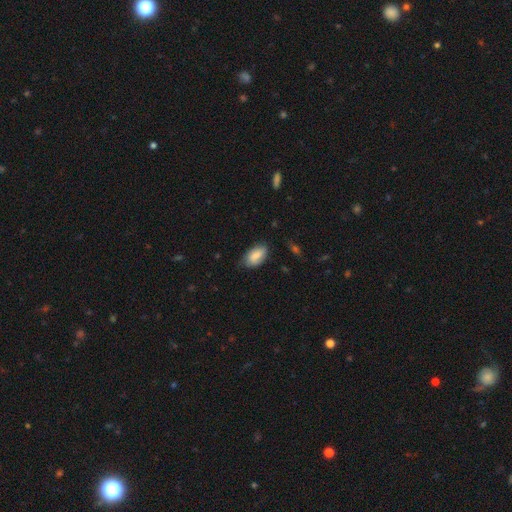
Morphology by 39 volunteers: Smooth or featured? 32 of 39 (82%) said smooth. How rounded? 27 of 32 (84%) said in between. Merging? 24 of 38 (63%) said none.